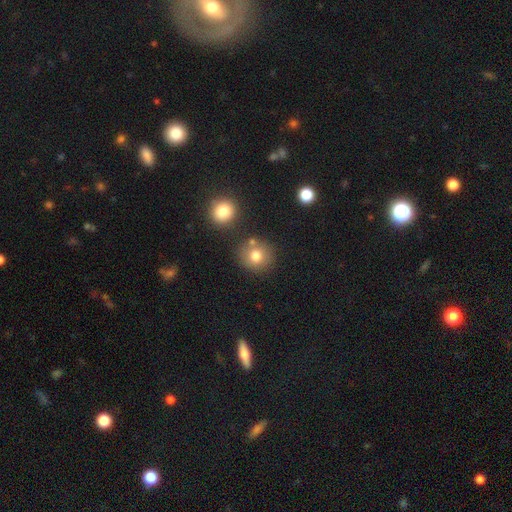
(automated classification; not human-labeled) smooth 78%, star or artifact 12%, featured or disk 10%. Down the decision tree: how rounded — round (88%); merging — none (76%).